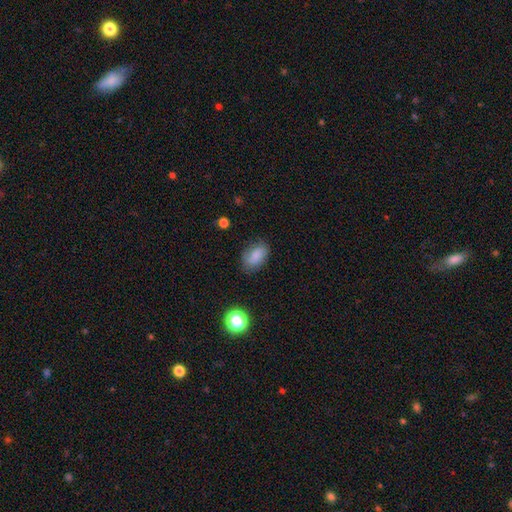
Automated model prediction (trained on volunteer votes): Morphology: type=smooth (83%); roundness=in between (89%); merging=none (77%).